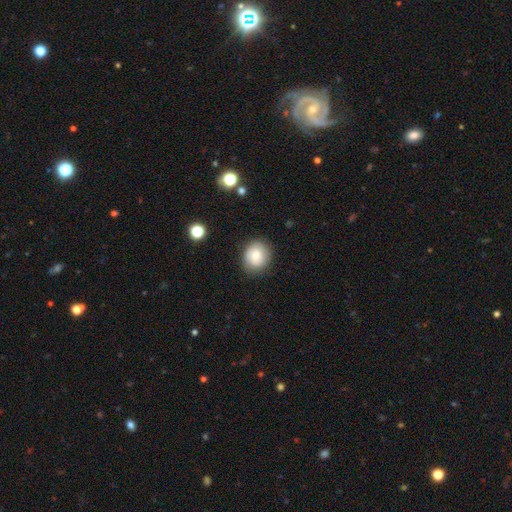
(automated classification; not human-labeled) smooth_or_featured: smooth (p=0.76) [alt: featured or disk p=0.15]
how_rounded: round (p=0.78) [alt: in between p=0.21]
merging: none (p=0.82) [alt: minor disturbance p=0.13]